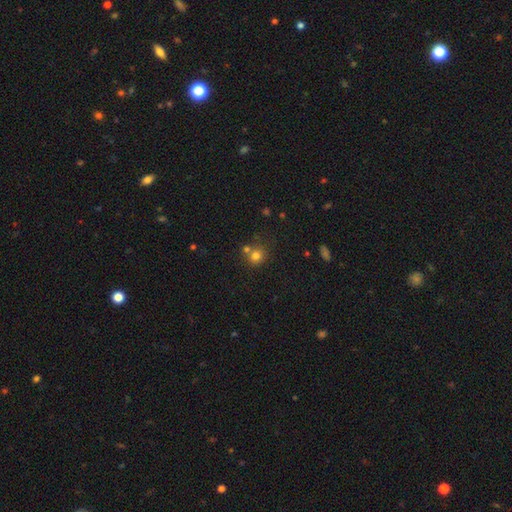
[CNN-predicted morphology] This appears to be a smooth galaxy with no disk features (76%) that is round (88%). Merging: none (62%).